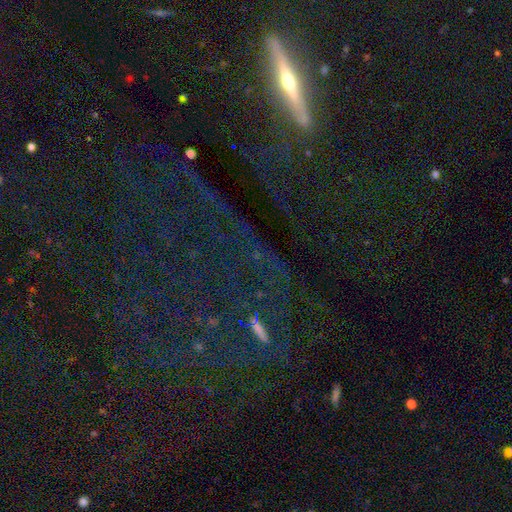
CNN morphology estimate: This is possibly a star or artifact rather than a galaxy (50%).